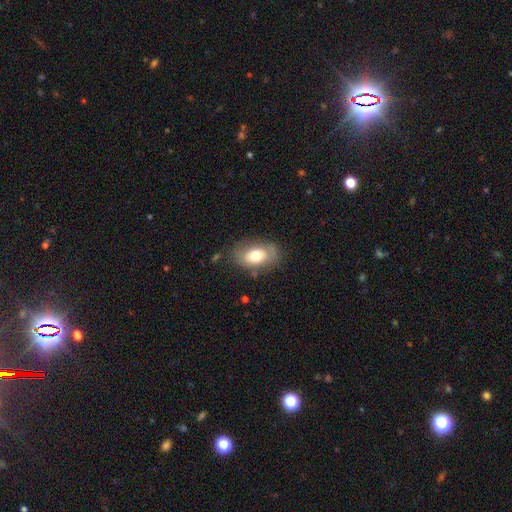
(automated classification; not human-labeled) Smooth or featured?
  - smooth: 67% *
  - featured or disk: 25%
  - star or artifact: 8%
How rounded?
  - in between: 88% *
  - round: 10%
  - cigar-shaped: 2%
Merging?
  - none: 70% *
  - minor disturbance: 21%
  - major disturbance: 7%
  - merger: 2%